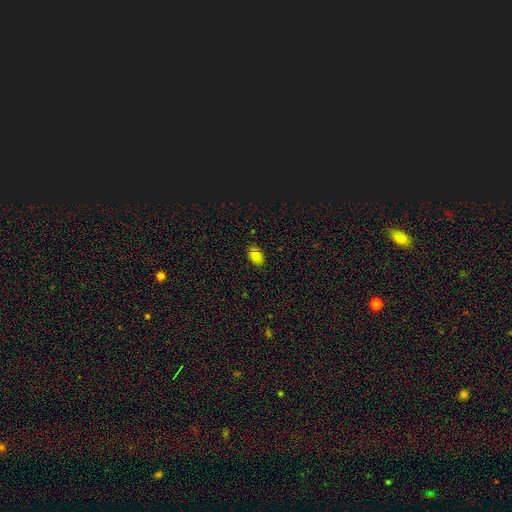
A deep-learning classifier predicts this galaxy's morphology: Overall: smooth (81%). How rounded: in between (88%). Merging: none (81%).